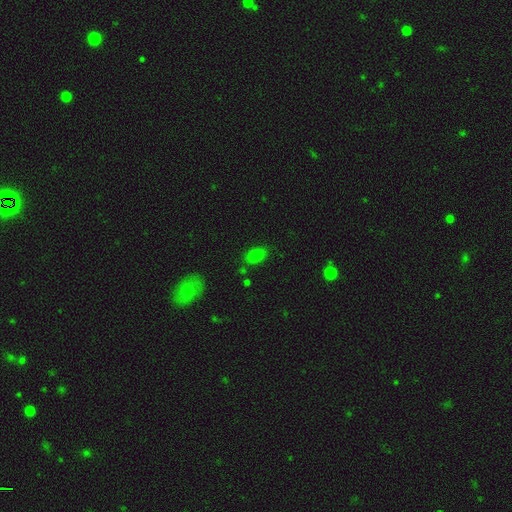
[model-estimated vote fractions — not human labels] Q: Smooth or featured?
A: smooth (78%); runner-up: star or artifact (14%)
Q: How rounded?
A: in between (84%); runner-up: round (14%)
Q: Merging?
A: none (79%); runner-up: minor disturbance (14%)